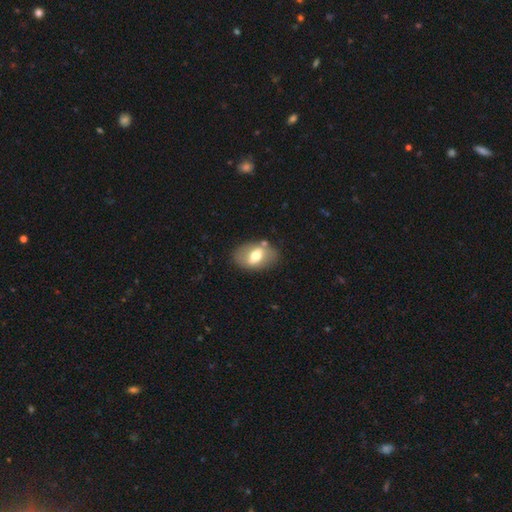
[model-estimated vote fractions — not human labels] Q: Smooth or featured?
A: smooth (54%); runner-up: featured or disk (39%)
Q: How rounded?
A: in between (85%); runner-up: round (14%)
Q: Merging?
A: none (76%); runner-up: minor disturbance (14%)